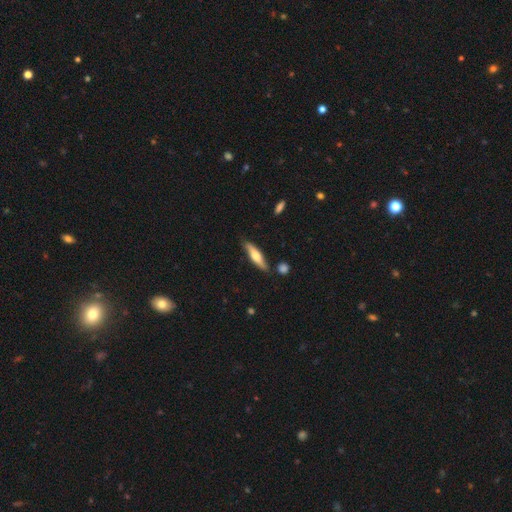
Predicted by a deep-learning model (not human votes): This appears to be a smooth galaxy with no disk features (49%). Merging: none (81%).